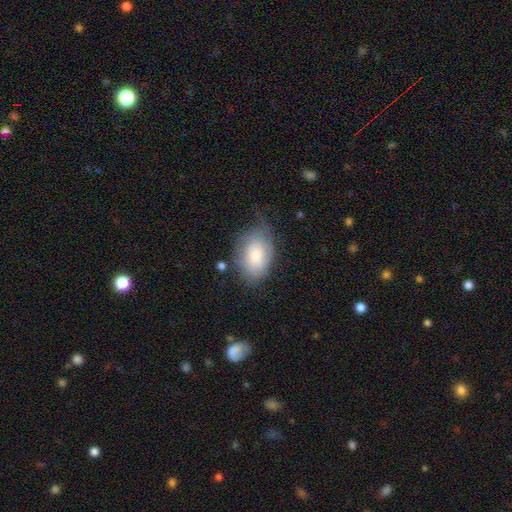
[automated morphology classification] Smooth or featured?
  - smooth: 70% *
  - featured or disk: 23%
  - star or artifact: 7%
How rounded?
  - in between: 84% *
  - round: 15%
  - cigar-shaped: 1%
Merging?
  - none: 51% *
  - minor disturbance: 32%
  - major disturbance: 14%
  - merger: 2%